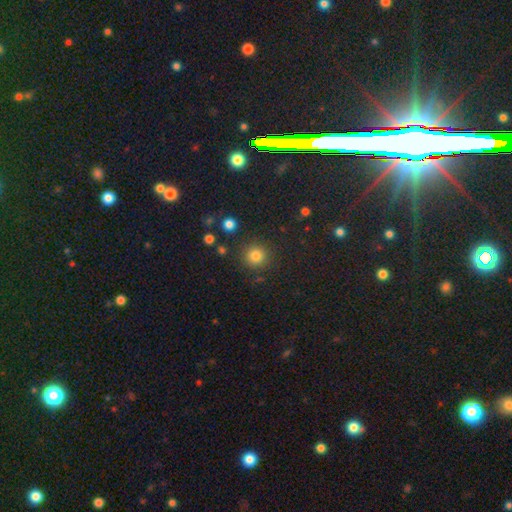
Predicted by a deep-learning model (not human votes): A smooth galaxy with no disk features (81%) that is round (93%).

Vote fractions:
- Smooth or featured? smooth: 81% / star or artifact: 13% / featured or disk: 5%
- How rounded? round: 93% / in between: 6% / cigar-shaped: 1%
- Merging? none: 87% / minor disturbance: 7% / major disturbance: 3% / merger: 3%